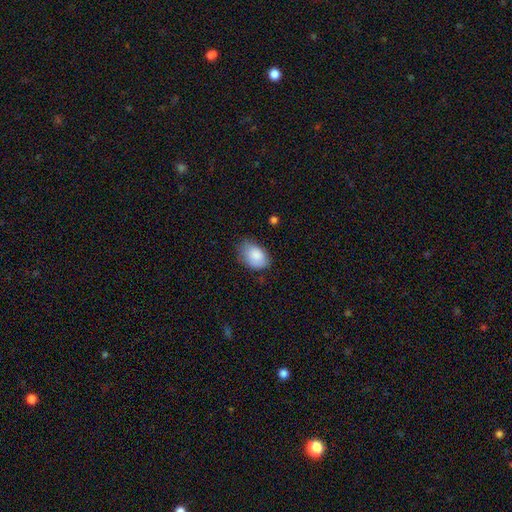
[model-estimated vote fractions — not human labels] Smooth or featured?
  - smooth: 86% *
  - featured or disk: 7%
  - star or artifact: 7%
How rounded?
  - in between: 84% *
  - round: 14%
  - cigar-shaped: 1%
Merging?
  - none: 60% *
  - minor disturbance: 32%
  - major disturbance: 6%
  - merger: 2%